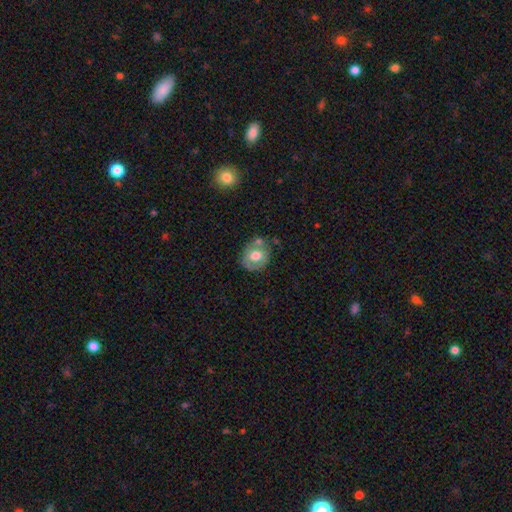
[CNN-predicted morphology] Overall: smooth (57%; featured or disk 36%). How rounded: round (59%; in between 40%). Merging: none (57%; minor disturbance 22%).